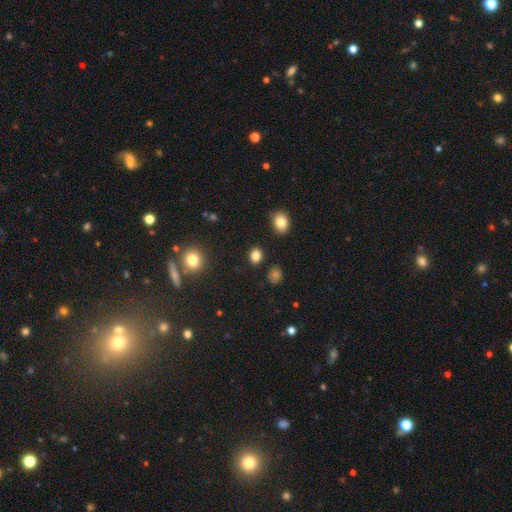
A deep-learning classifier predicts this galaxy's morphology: Q: Smooth or featured?
A: smooth (84%); runner-up: star or artifact (12%)
Q: How rounded?
A: round (55%); runner-up: in between (44%)
Q: Merging?
A: none (88%); runner-up: minor disturbance (8%)